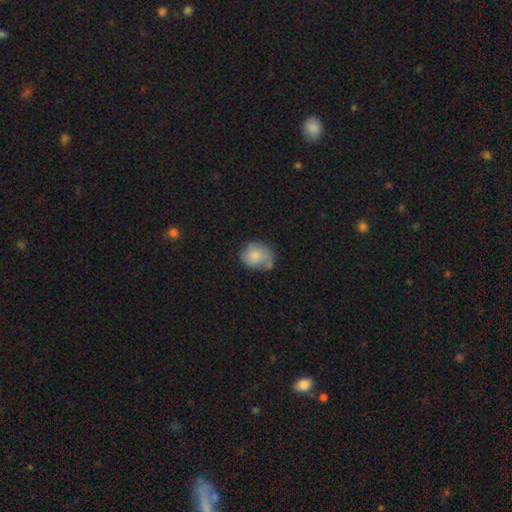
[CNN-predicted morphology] Smooth or featured?
  - smooth: 76% *
  - featured or disk: 16%
  - star or artifact: 8%
How rounded?
  - round: 53% *
  - in between: 46%
  - cigar-shaped: 1%
Merging?
  - none: 47% *
  - minor disturbance: 35%
  - major disturbance: 12%
  - merger: 5%